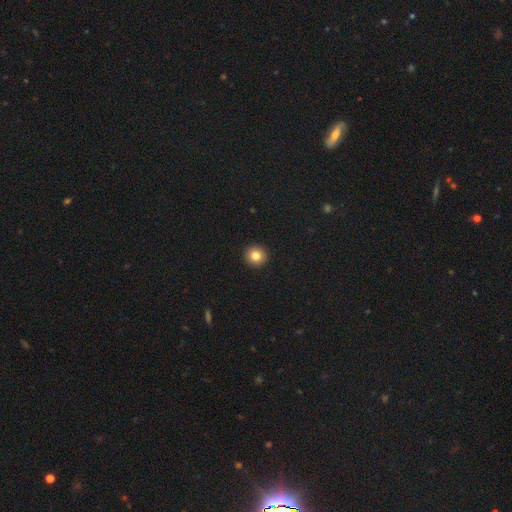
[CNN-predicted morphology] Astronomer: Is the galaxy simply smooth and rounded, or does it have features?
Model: smooth — 82%.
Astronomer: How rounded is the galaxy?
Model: round — 94%.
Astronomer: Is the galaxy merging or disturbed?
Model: none — 94%.